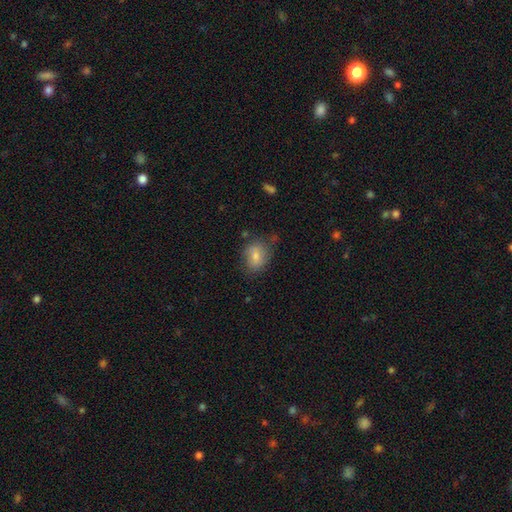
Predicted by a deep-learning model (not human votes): Morphology: type=smooth (69%); roundness=in between (55%); merging=none (67%).